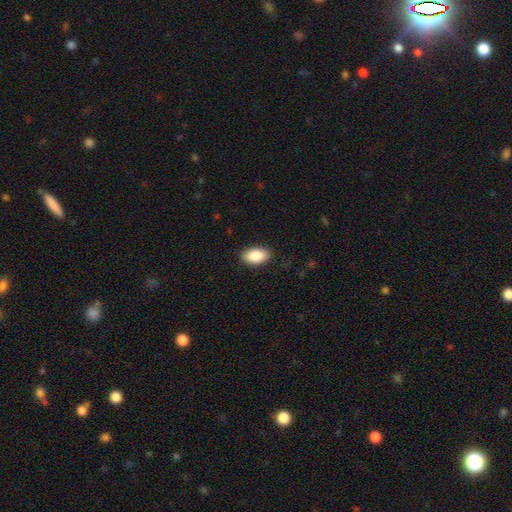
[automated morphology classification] Smooth or featured?
  - smooth: 88% *
  - star or artifact: 7%
  - featured or disk: 5%
How rounded?
  - in between: 93% *
  - round: 5%
  - cigar-shaped: 2%
Merging?
  - none: 88% *
  - minor disturbance: 9%
  - major disturbance: 2%
  - merger: 1%